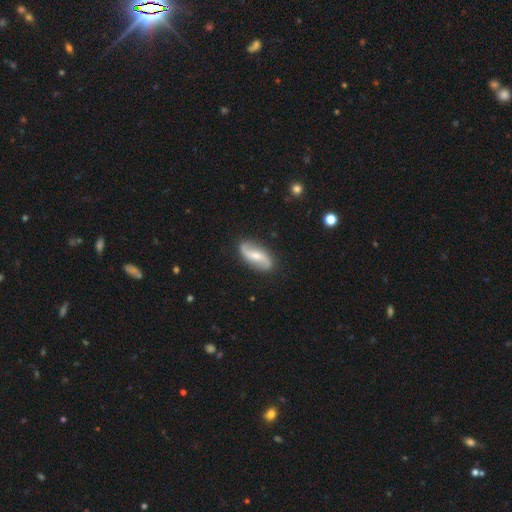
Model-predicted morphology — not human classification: This appears to be a featured or disk galaxy (76%) with a weak bar (40%), 2 (93%) loose (76%) spiral arms (94%) and a small central bulge (50%). Merging: none (85%).